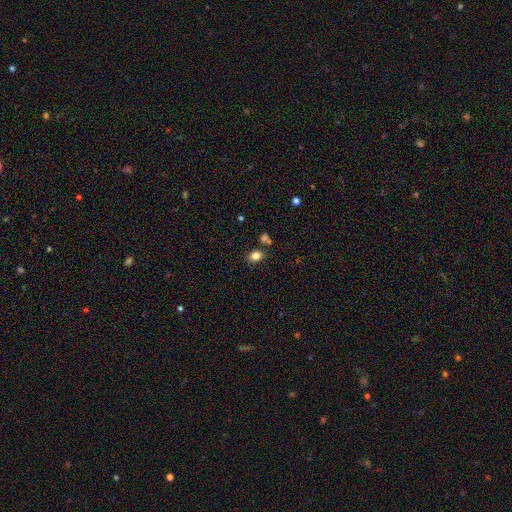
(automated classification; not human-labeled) This is clearly a smooth galaxy (82%). How rounded: possibly in between (60%). Merging: likely none (74%).